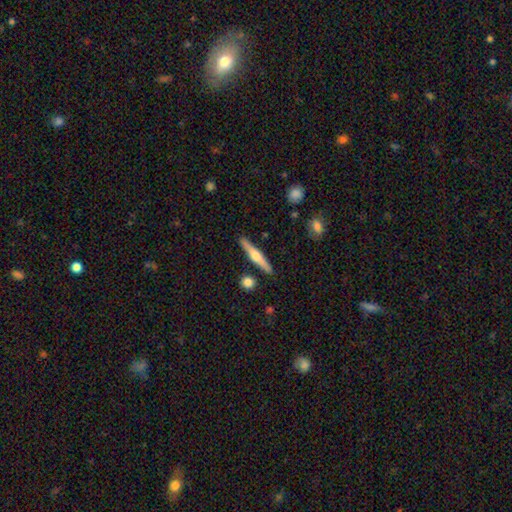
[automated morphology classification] featured or disk 60%, smooth 34%, star or artifact 6%. Down the decision tree: edge-on disk — yes (97%); edge-on bulge — rounded (89%); merging — none (88%).